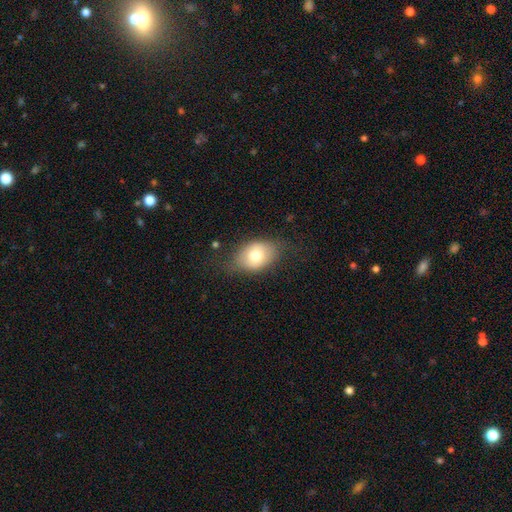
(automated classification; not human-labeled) Smooth or featured? smooth (70%)
How rounded? in between (76%)
Merging? none (69%)